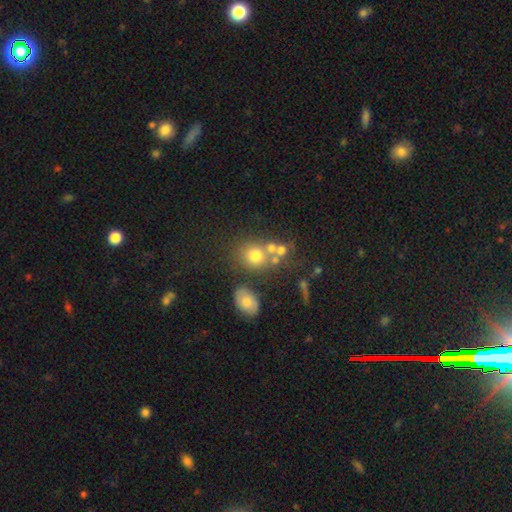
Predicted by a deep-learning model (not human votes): Overall: smooth (69%). How rounded: round (72%). Merging: none (51%; merger 30%).